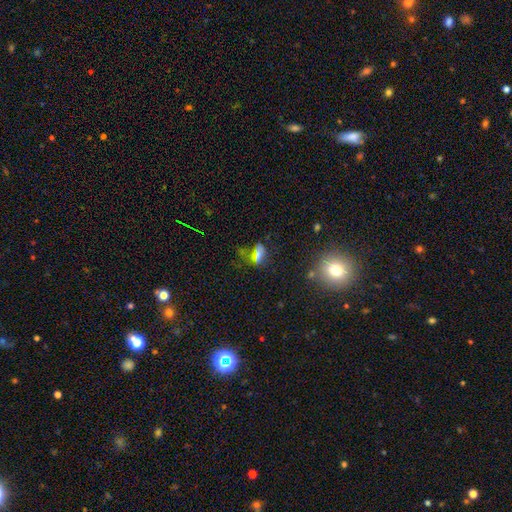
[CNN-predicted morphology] Smooth or featured? Predicted: smooth (p=0.45). Merging? Predicted: none (p=0.52).